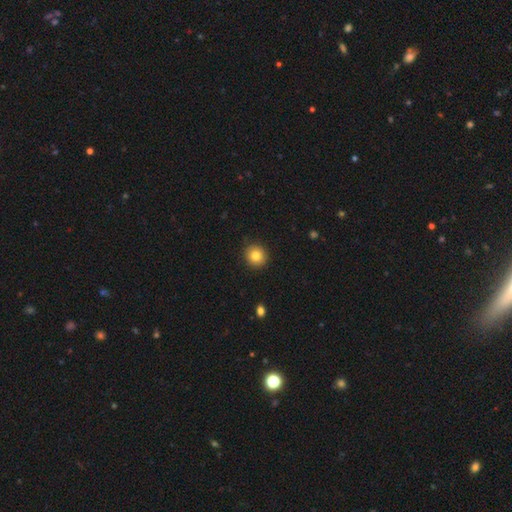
Smooth or featured: smooth — 82% (featured or disk — 11%)
How rounded: round — 100%
Merging: none — 100%